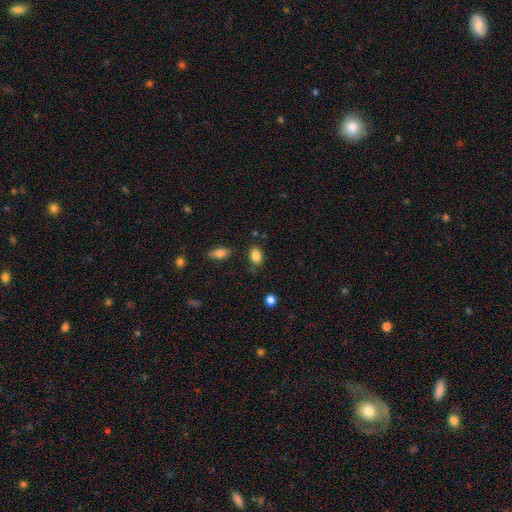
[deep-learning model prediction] Smooth or featured? smooth (86%)
How rounded? in between (77%)
Merging? none (75%)